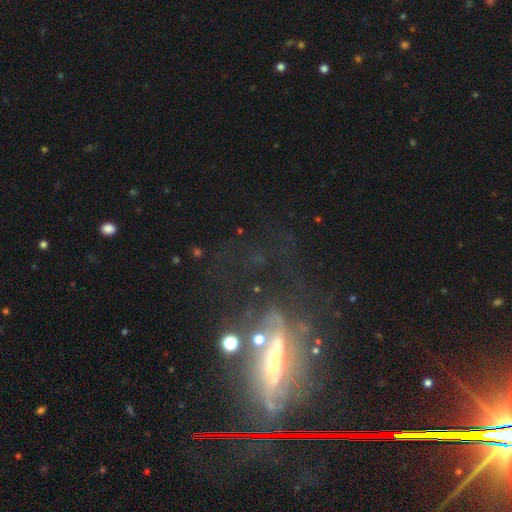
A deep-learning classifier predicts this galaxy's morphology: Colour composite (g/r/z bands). It shows a featured or disk galaxy (63%) viewed edge-on (50%, tied with no). Merging: none (49%).